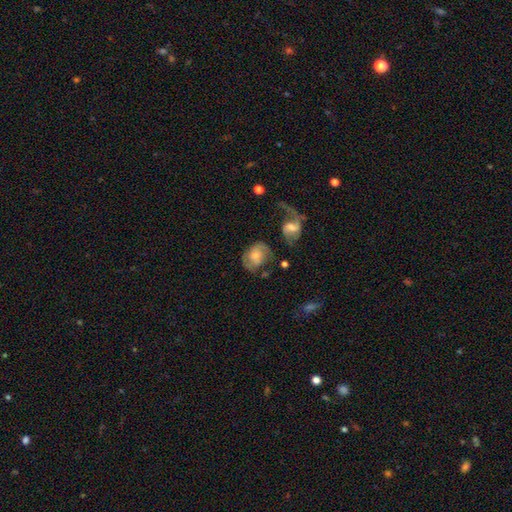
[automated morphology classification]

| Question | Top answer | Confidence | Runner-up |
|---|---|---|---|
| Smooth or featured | featured or disk | 51% | smooth (41%) |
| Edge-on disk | no | 96% | yes (4%) |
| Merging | none | 47% | minor disturbance (23%) |